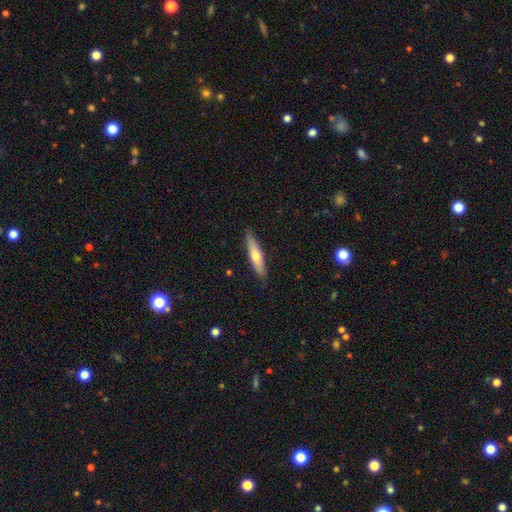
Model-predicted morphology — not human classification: Smooth or featured?
  - smooth: 58% *
  - featured or disk: 36%
  - star or artifact: 5%
How rounded?
  - cigar-shaped: 79% *
  - in between: 19%
  - round: 2%
Merging?
  - none: 86% *
  - minor disturbance: 11%
  - major disturbance: 2%
  - merger: 1%